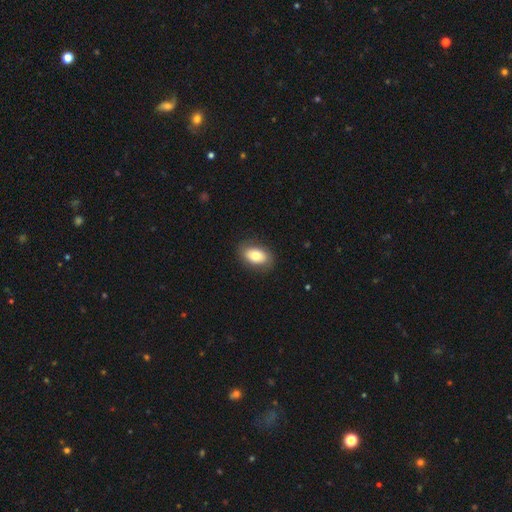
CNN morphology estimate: smooth 77%, featured or disk 16%, star or artifact 7%. Down the decision tree: how rounded — in between (89%); merging — none (85%).